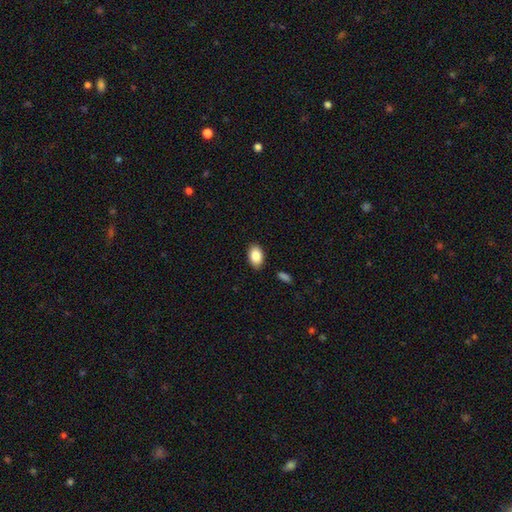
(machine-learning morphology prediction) smooth 87%, star or artifact 7%, featured or disk 5%. Down the decision tree: how rounded — in between (90%); merging — none (87%).